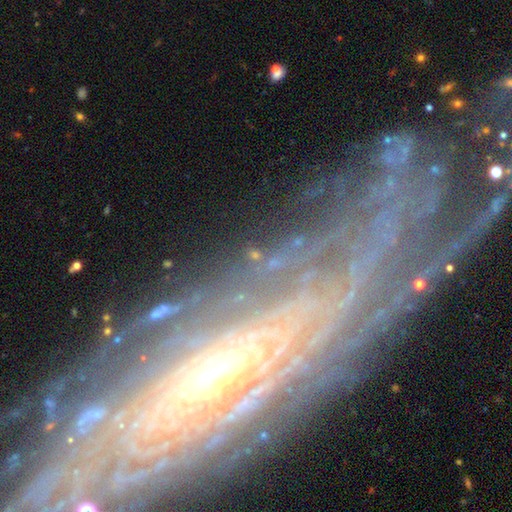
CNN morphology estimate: featured or disk 68%, star or artifact 19%, smooth 13%. Down the decision tree: edge-on disk — no (86%); bar — no (55%); spiral arms — yes (91%); spiral arm count — can't tell (37%); spiral winding — tight (81%); bulge size — small (56%); merging — none (77%).